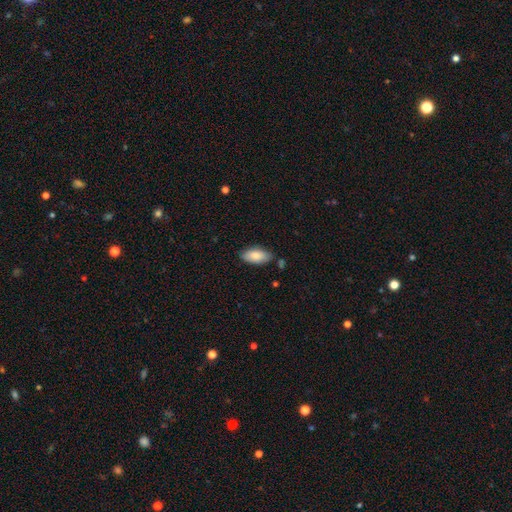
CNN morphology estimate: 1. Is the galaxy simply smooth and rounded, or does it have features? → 83% smooth, 11% featured or disk, 6% star or artifact.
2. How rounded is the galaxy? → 91% in between, 7% cigar-shaped, 2% round.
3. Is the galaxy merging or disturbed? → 79% none, 15% minor disturbance, 3% merger, 3% major disturbance.